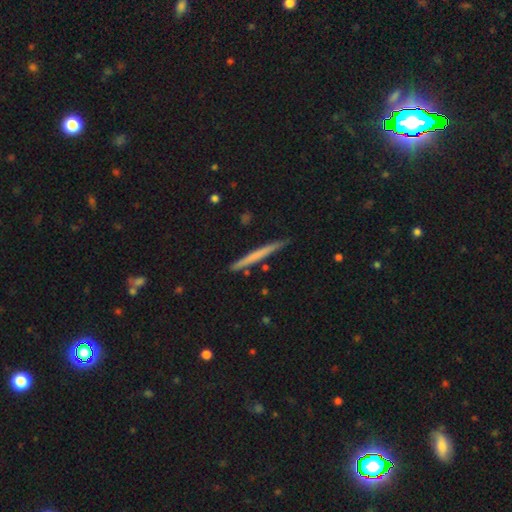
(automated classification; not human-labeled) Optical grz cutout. It shows a smooth galaxy with no disk features (57%) that is cigar-shaped (97%). Merging: none (89%).